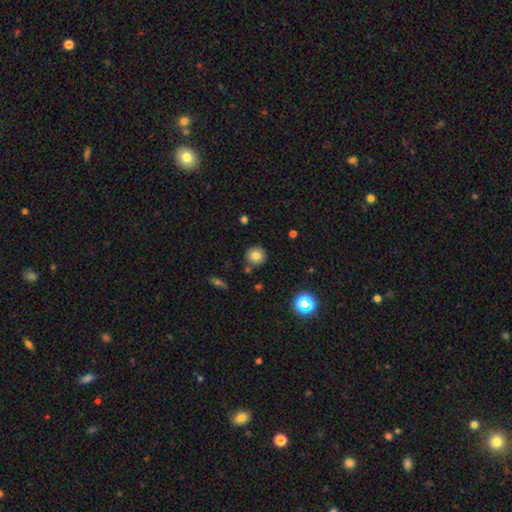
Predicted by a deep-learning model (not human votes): This is likely a smooth galaxy (79%). How rounded: clearly round (93%). Merging: clearly none (85%).